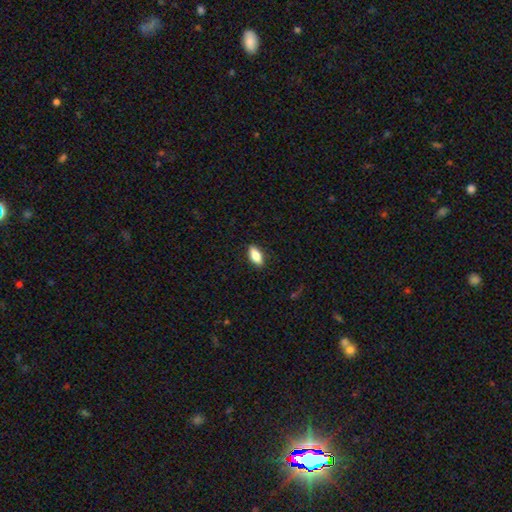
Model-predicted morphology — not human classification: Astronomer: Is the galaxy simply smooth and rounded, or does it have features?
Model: smooth — 80%.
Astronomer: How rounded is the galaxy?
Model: in between — 85%.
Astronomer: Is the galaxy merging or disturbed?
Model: none — 89%.